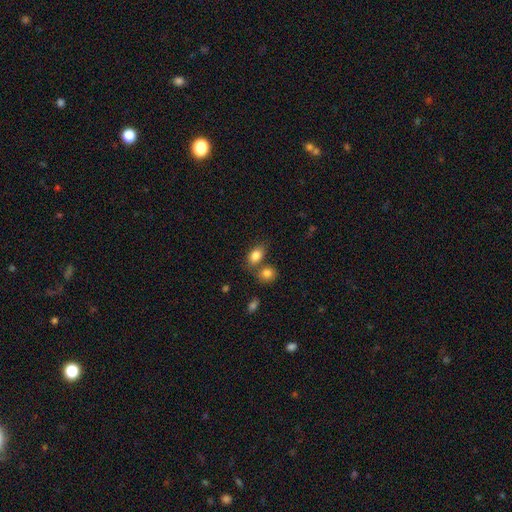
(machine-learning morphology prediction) Smooth or featured? Predicted: smooth (p=0.84). How rounded? Predicted: in between (p=0.79). Merging? Predicted: none (p=0.54).